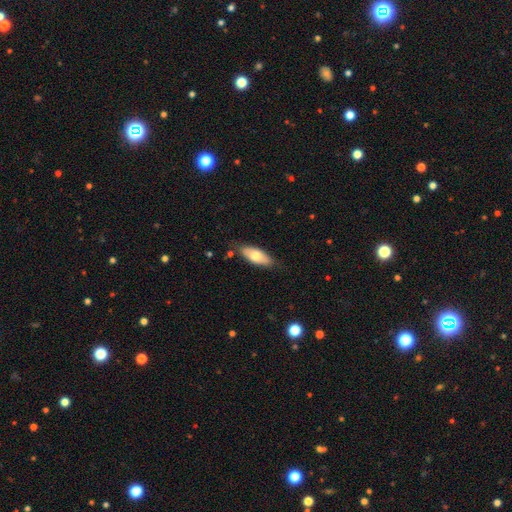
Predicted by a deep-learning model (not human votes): Q: Smooth or featured?
A: smooth (70%); runner-up: featured or disk (24%)
Q: How rounded?
A: in between (80%); runner-up: cigar-shaped (17%)
Q: Merging?
A: none (80%); runner-up: minor disturbance (15%)